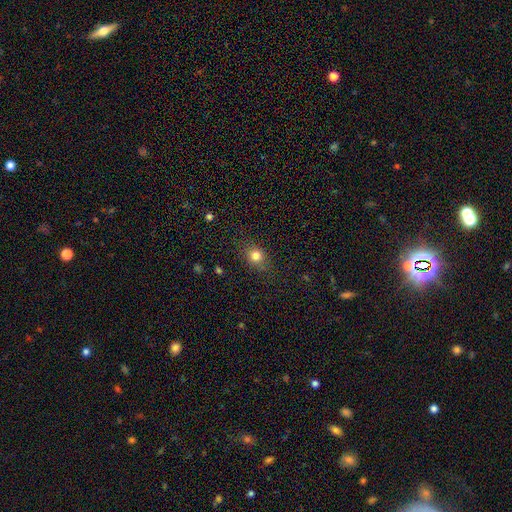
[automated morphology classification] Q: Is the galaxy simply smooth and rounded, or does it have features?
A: smooth — 80%.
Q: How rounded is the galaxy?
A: round — 67%.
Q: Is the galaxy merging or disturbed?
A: none — 82%.